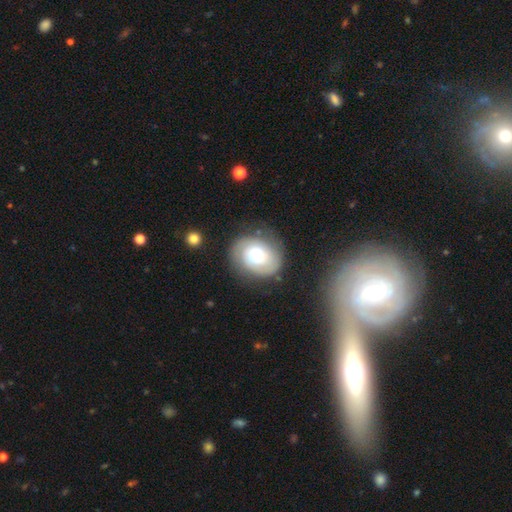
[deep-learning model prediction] This is possibly a featured or disk galaxy (52%). It is clearly not viewed edge-on (97%). Bar: likely no (72%). Spiral arm pattern: likely yes (71%). Central bulge: likely moderate (61%). Merging: likely none (71%).